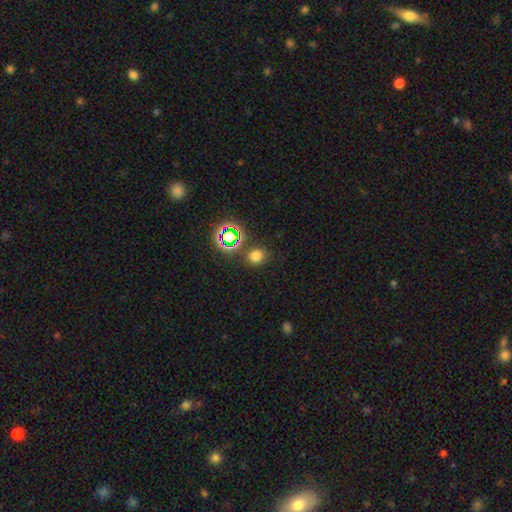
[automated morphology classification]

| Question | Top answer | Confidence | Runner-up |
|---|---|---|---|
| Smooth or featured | smooth | 69% | star or artifact (25%) |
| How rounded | round | 83% | in between (16%) |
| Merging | none | 81% | minor disturbance (9%) |